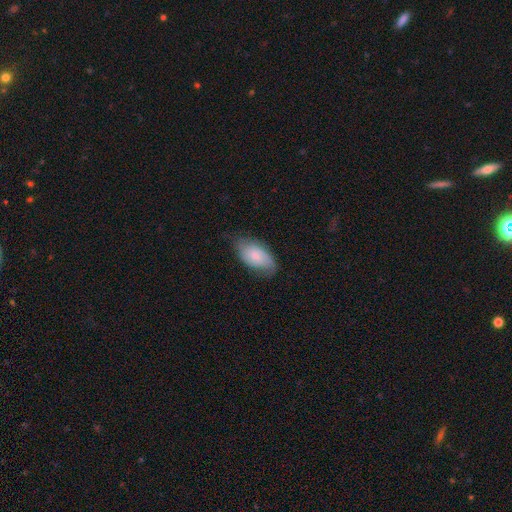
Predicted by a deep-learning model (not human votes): Smooth or featured? Predicted: smooth (p=0.62). How rounded? Predicted: in between (p=0.93). Merging? Predicted: none (p=0.62).